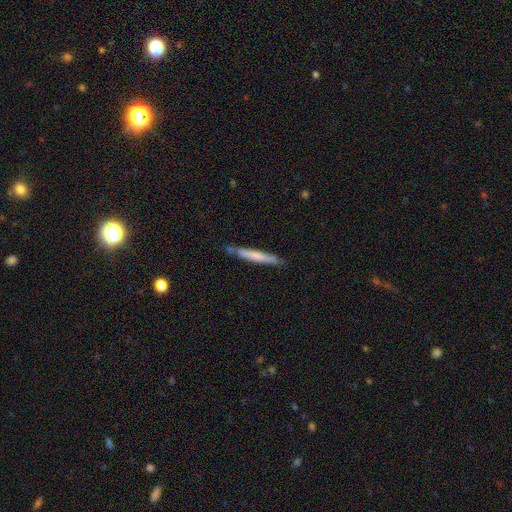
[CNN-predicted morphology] A smooth galaxy with no disk features (66%) that is cigar-shaped (96%).

Vote fractions:
- Smooth or featured? smooth: 66% / featured or disk: 29% / star or artifact: 5%
- How rounded? cigar-shaped: 96% / in between: 3% / round: 1%
- Merging? none: 77% / minor disturbance: 16% / merger: 4% / major disturbance: 3%